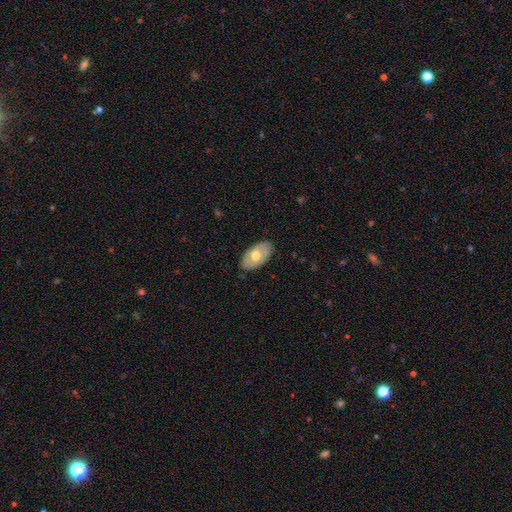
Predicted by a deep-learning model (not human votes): Smooth or featured?
  - smooth: 52% *
  - featured or disk: 42%
  - star or artifact: 6%
How rounded?
  - in between: 93% *
  - round: 5%
  - cigar-shaped: 2%
Merging?
  - none: 82% *
  - minor disturbance: 14%
  - major disturbance: 3%
  - merger: 1%